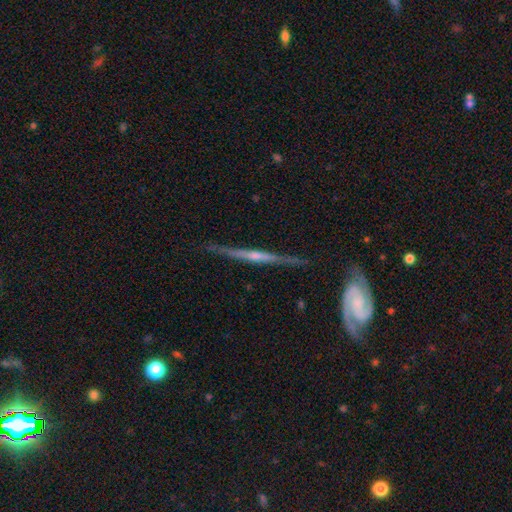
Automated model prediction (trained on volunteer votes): This is clearly a featured or disk galaxy (85%). It is clearly viewed edge-on (92%). Edge-on bulge: likely rounded (68%). Merging: clearly none (81%).